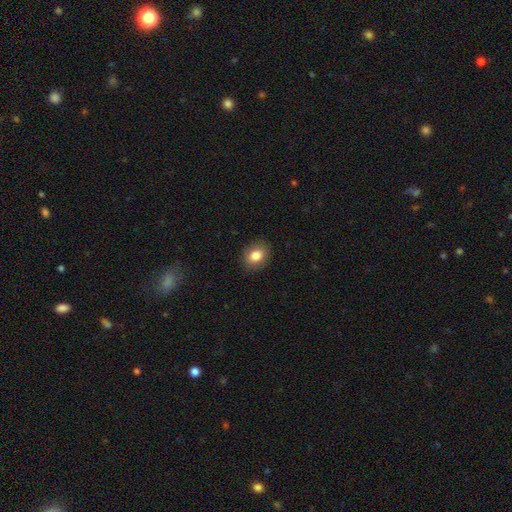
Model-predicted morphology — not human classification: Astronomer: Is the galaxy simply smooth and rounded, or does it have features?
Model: smooth — 83%.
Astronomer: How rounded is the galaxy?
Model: in between — 58% (runner-up: round, 41%).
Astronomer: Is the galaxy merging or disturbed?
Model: none — 88%.